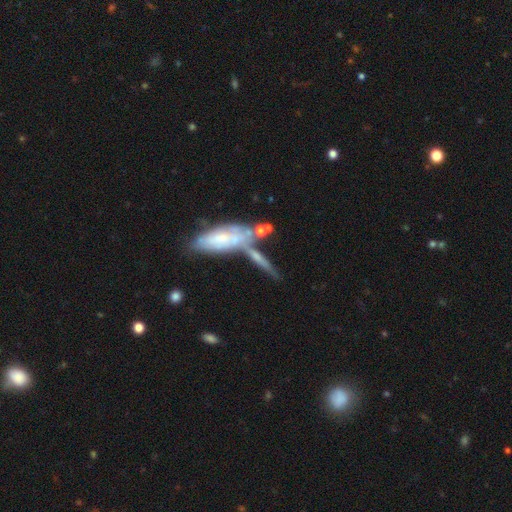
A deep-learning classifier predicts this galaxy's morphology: The model was most divided on "merging": none: 39%, merger: 37%, minor disturbance: 16%, major disturbance: 9%. Remaining: smooth or featured — featured or disk (49%).